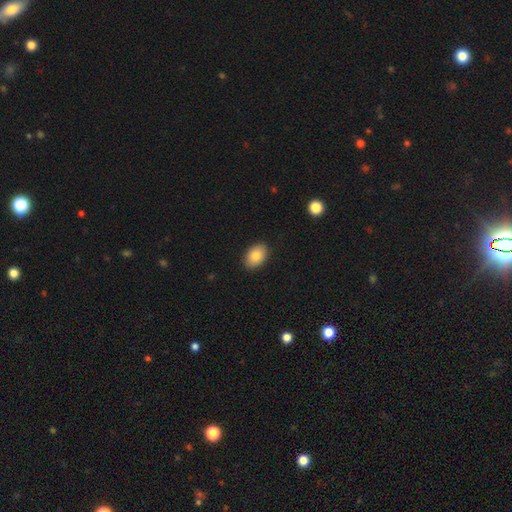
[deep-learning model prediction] smooth-or-featured: smooth: 85% | featured or disk: 8% | star or artifact: 7%
  how-rounded: in between: 84% | round: 15% | cigar-shaped: 1%
  merging: none: 89% | minor disturbance: 8% | major disturbance: 2% | merger: 1%